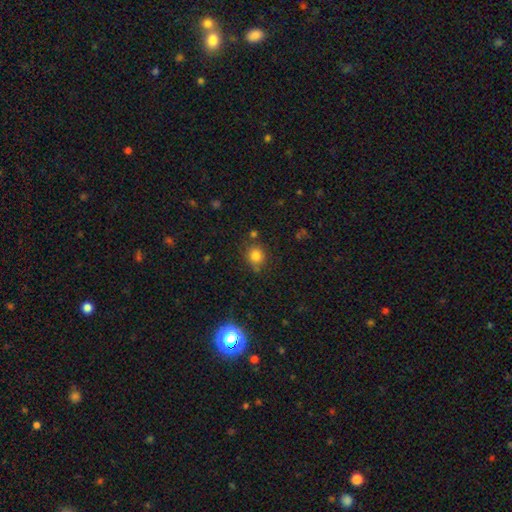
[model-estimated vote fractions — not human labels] This appears to be a smooth galaxy with no disk features (81%) that is round (81%). Merging: none (75%).